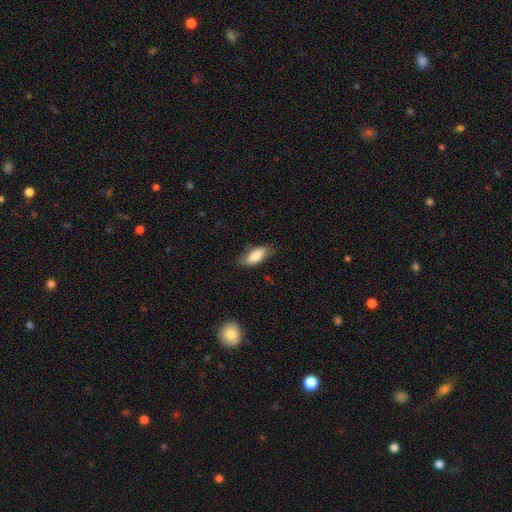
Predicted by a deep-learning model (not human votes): smooth 81%, featured or disk 12%, star or artifact 6%. Down the decision tree: how rounded — in between (83%); merging — none (75%).